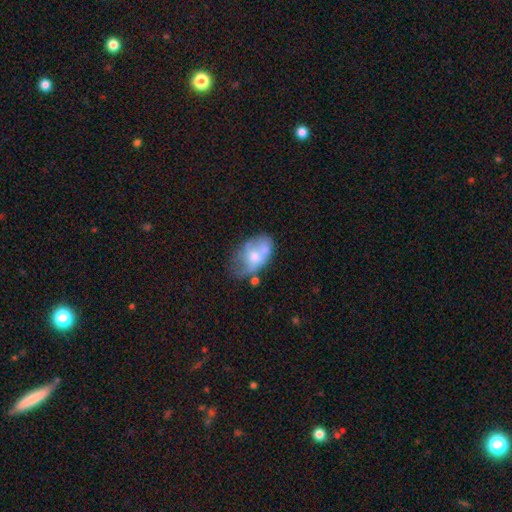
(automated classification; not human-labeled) A smooth galaxy with no disk features (48%). Merging: none (31%).